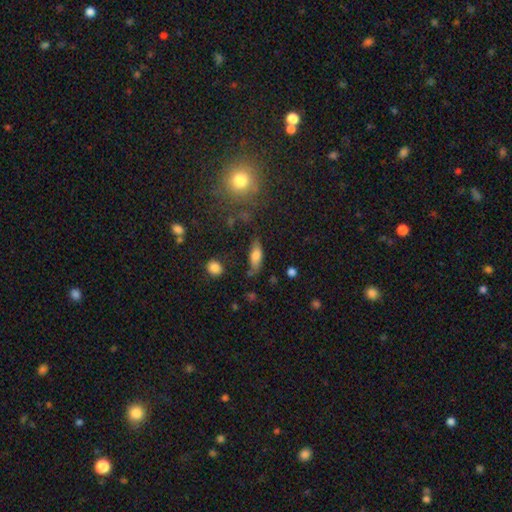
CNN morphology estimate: Overall: smooth (75%). How rounded: in between (69%). Merging: none (68%).